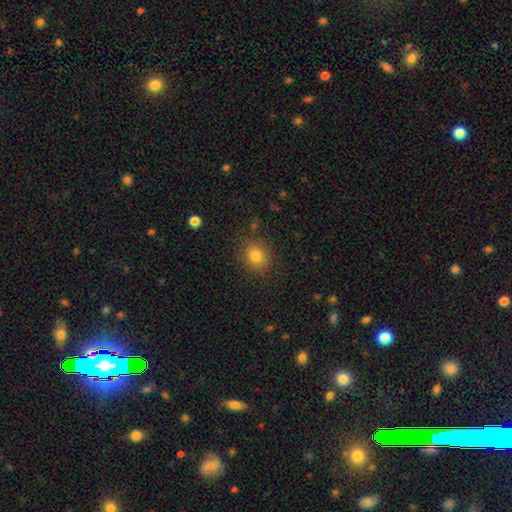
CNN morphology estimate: Smooth or featured: smooth — 81% (star or artifact — 12%)
How rounded: round — 81% (in between — 18%)
Merging: none — 87% (minor disturbance — 8%)